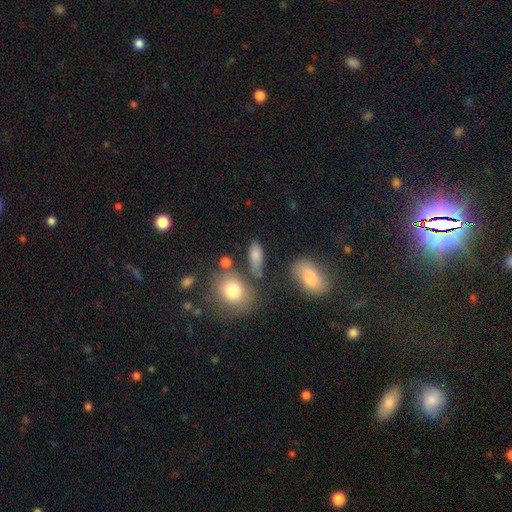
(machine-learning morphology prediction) Smooth or featured?
  - smooth: 80% *
  - star or artifact: 10%
  - featured or disk: 10%
How rounded?
  - in between: 75% *
  - cigar-shaped: 13%
  - round: 12%
Merging?
  - none: 60% *
  - minor disturbance: 20%
  - merger: 12%
  - major disturbance: 9%